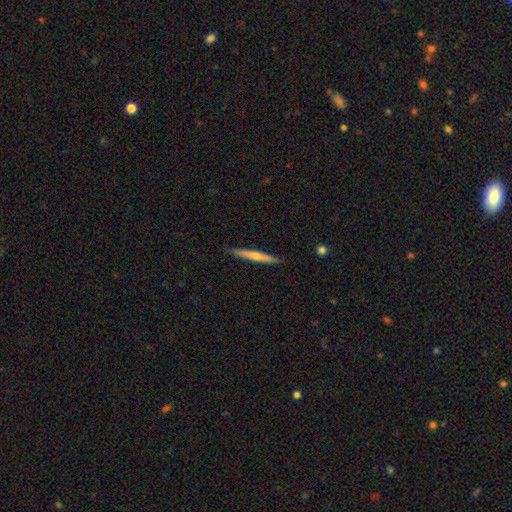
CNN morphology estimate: A featured or disk galaxy (61%) viewed edge-on (97%) with a rounded central bulge (74%).

Vote fractions:
- Smooth or featured? featured or disk: 61% / smooth: 33% / star or artifact: 6%
- Edge-on disk? yes: 97% / no: 3%
- Edge-on bulge? rounded: 74% / none: 23% / boxy: 3%
- Merging? none: 91% / minor disturbance: 7% / major disturbance: 1% / merger: 1%